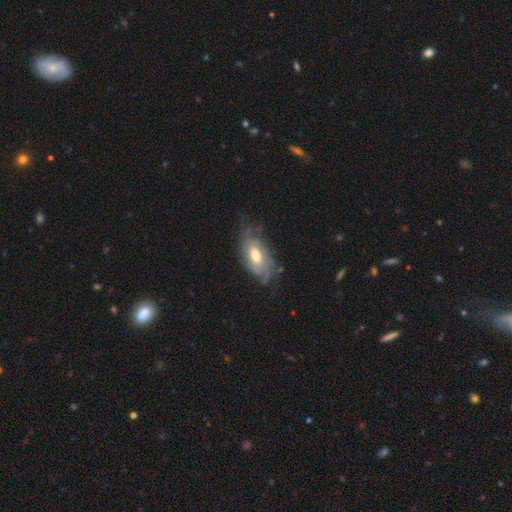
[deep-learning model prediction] smooth_or_featured: featured or disk (p=0.66) [alt: smooth p=0.27]
disk_edge_on: no (p=0.90) [alt: yes p=0.10]
bar: no (p=0.59) [alt: weak p=0.34]
has_spiral_arms: yes (p=0.82) [alt: no p=0.18]
bulge_size: moderate (p=0.67) [alt: large p=0.20]
merging: none (p=0.59) [alt: minor disturbance p=0.27]